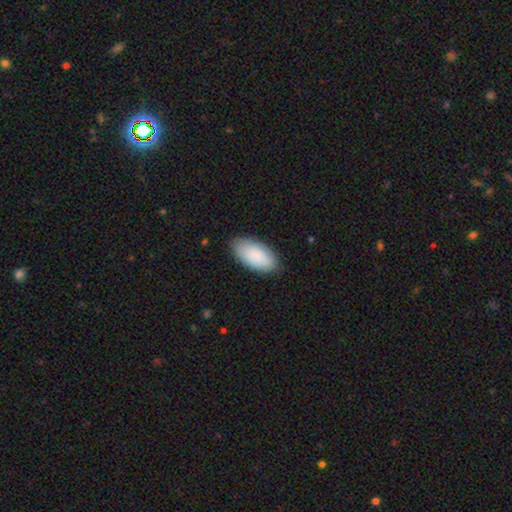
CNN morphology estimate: Overall: smooth (89%). How rounded: in between (95%). Merging: none (85%).